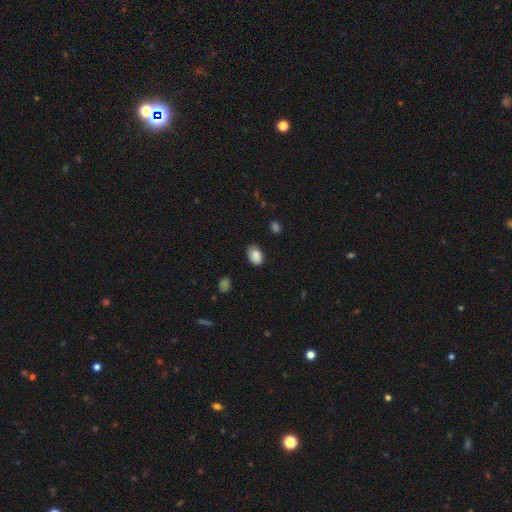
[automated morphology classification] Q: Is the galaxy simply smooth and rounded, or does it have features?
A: smooth — 88%.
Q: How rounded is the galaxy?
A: in between — 78%.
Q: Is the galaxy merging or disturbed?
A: none — 77%.